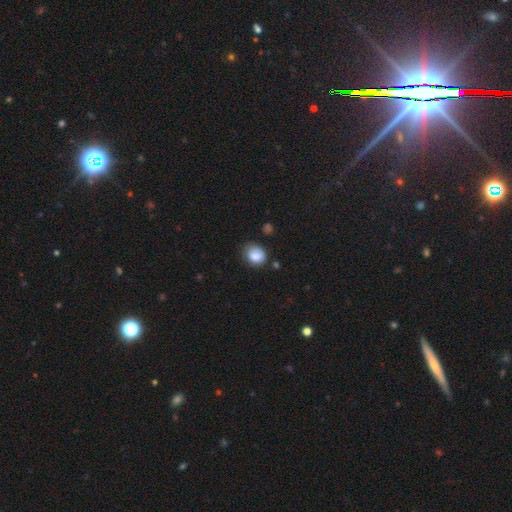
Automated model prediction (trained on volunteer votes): smooth_or_featured: smooth (p=0.83) [alt: star or artifact p=0.09]
how_rounded: round (p=0.56) [alt: in between p=0.43]
merging: none (p=0.64) [alt: minor disturbance p=0.26]